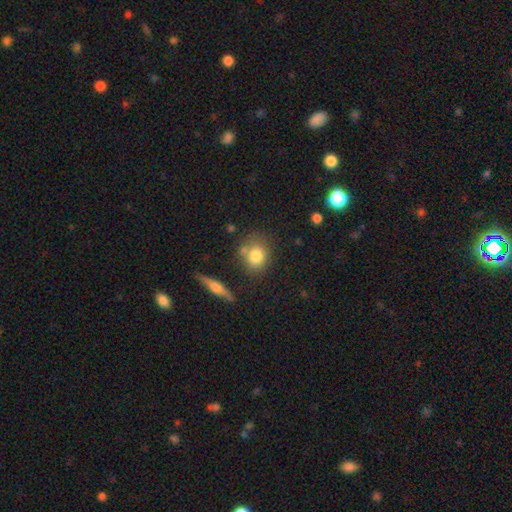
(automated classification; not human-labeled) smooth 78%, featured or disk 13%, star or artifact 10%. Down the decision tree: how rounded — round (62%); merging — none (67%).